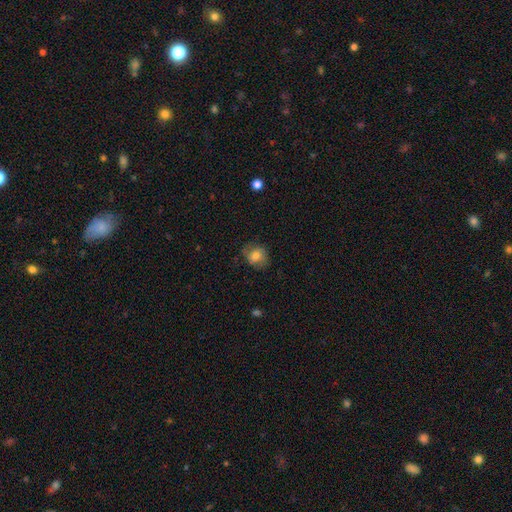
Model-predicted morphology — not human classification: Smooth or featured? smooth (72%)
How rounded? round (70%)
Merging? none (72%)